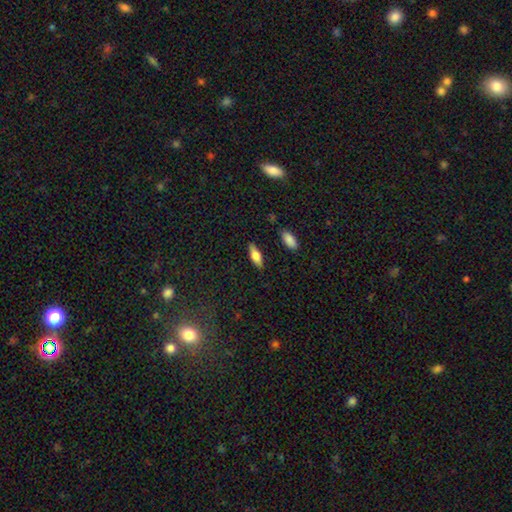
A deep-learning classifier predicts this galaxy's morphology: Overall: smooth (70%). How rounded: in between (64%; cigar-shaped 34%). Merging: none (85%).